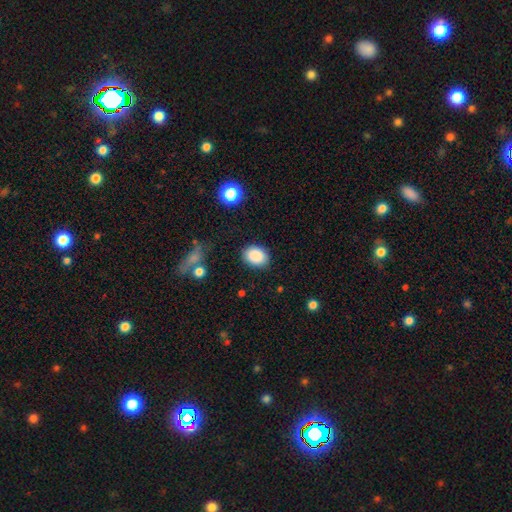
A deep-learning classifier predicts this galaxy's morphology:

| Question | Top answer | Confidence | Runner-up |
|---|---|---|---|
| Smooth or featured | smooth | 88% | star or artifact (8%) |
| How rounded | in between | 61% | round (38%) |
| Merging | none | 84% | minor disturbance (11%) |